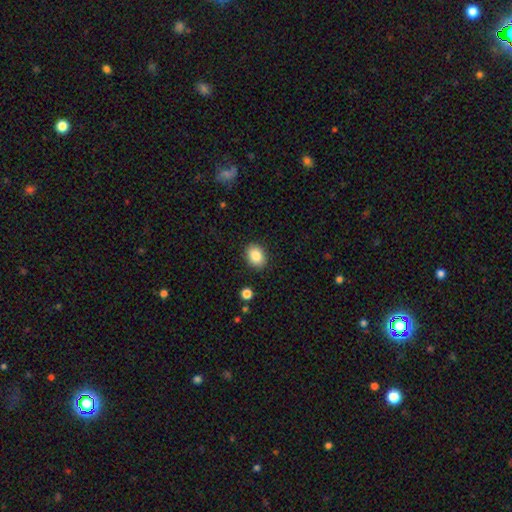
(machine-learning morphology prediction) Overall: smooth (86%). How rounded: in between (70%). Merging: none (89%).